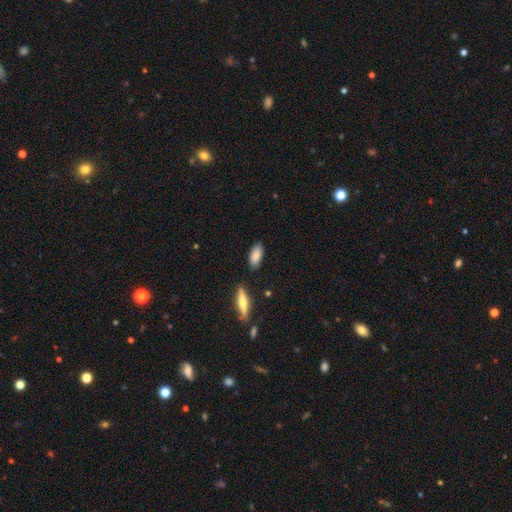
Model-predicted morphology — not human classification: The model was most divided on "merging": none: 83%, minor disturbance: 11%, merger: 3%, major disturbance: 2%. More confident: smooth or featured — smooth (86%); how rounded — in between (85%).